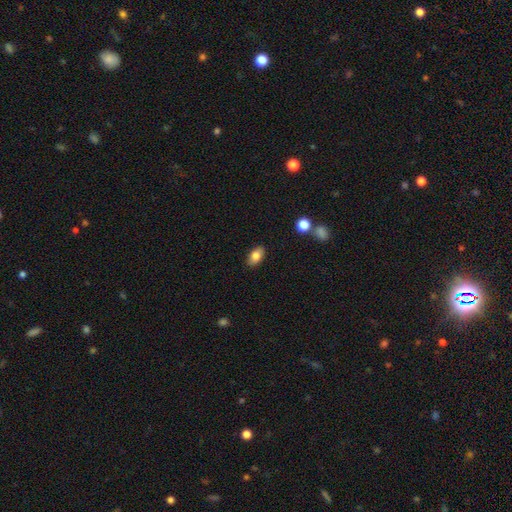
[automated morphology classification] Smooth or featured? smooth (82%)
How rounded? in between (90%)
Merging? none (87%)